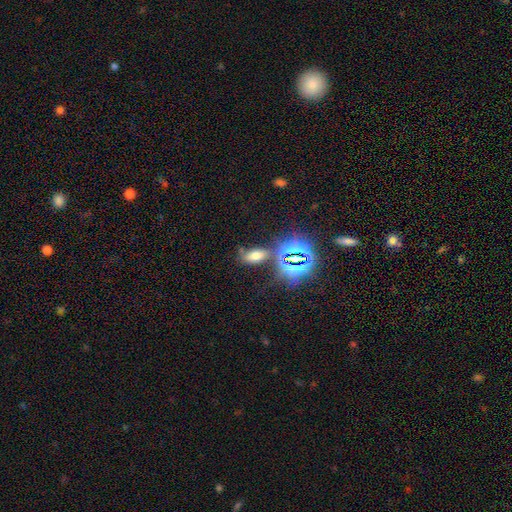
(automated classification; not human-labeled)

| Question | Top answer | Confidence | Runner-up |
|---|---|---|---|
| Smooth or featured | smooth | 52% | star or artifact (34%) |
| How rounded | in between | 85% | cigar-shaped (8%) |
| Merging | none | 64% | minor disturbance (17%) |